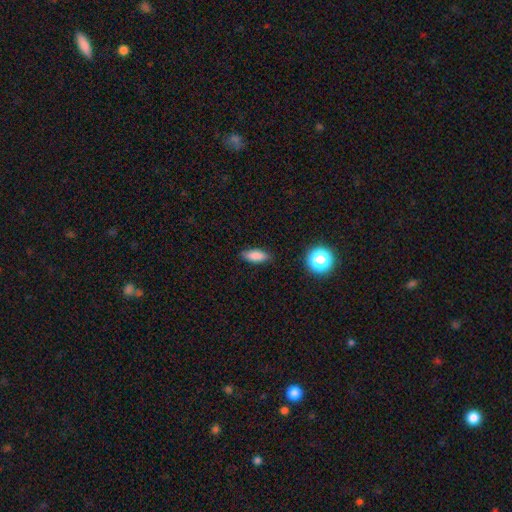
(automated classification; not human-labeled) smooth_or_featured: smooth (p=0.84) [alt: star or artifact p=0.10]
how_rounded: in between (p=0.76) [alt: cigar-shaped p=0.20]
merging: none (p=0.85) [alt: minor disturbance p=0.11]